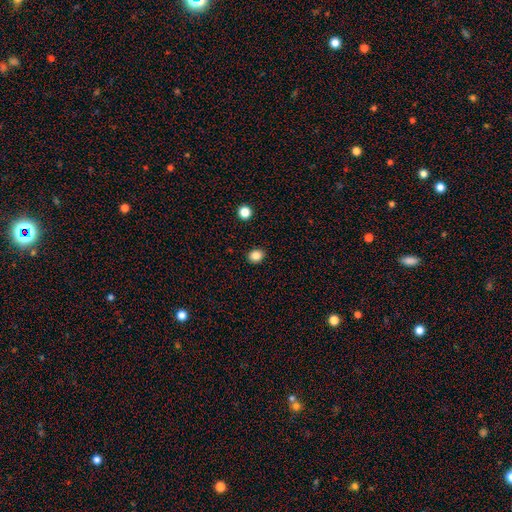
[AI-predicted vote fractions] The model was most divided on "how rounded": round: 59%, in between: 40%, cigar-shaped: 1%. More confident: merging — none (90%); smooth or featured — smooth (85%).